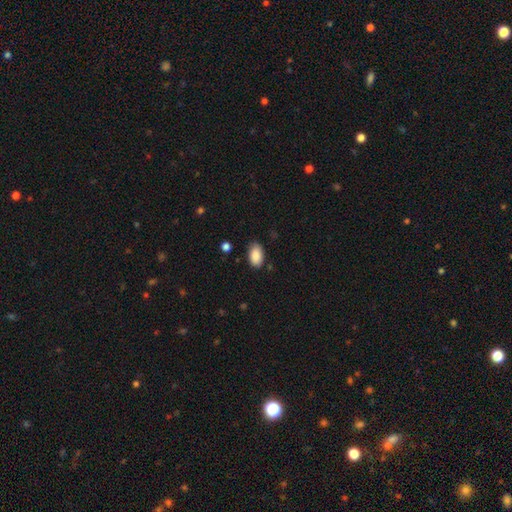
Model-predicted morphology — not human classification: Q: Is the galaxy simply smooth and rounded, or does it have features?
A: smooth — 89%.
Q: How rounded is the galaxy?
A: in between — 93%.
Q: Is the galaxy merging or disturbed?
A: none — 81%.